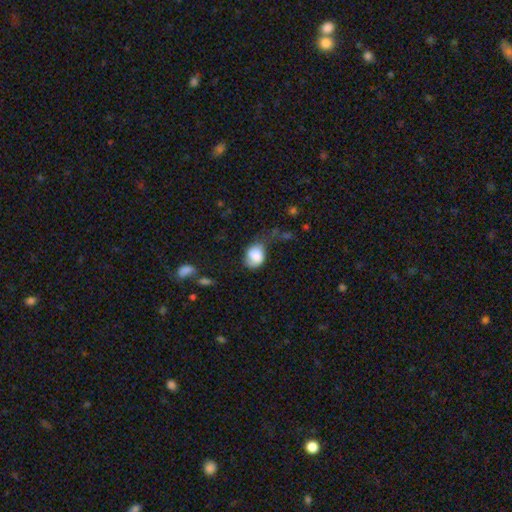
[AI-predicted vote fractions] Smooth or featured?
  - smooth: 77% *
  - featured or disk: 15%
  - star or artifact: 8%
How rounded?
  - in between: 51% *
  - round: 48%
  - cigar-shaped: 1%
Merging?
  - minor disturbance: 36% *
  - none: 32%
  - major disturbance: 26%
  - merger: 5%